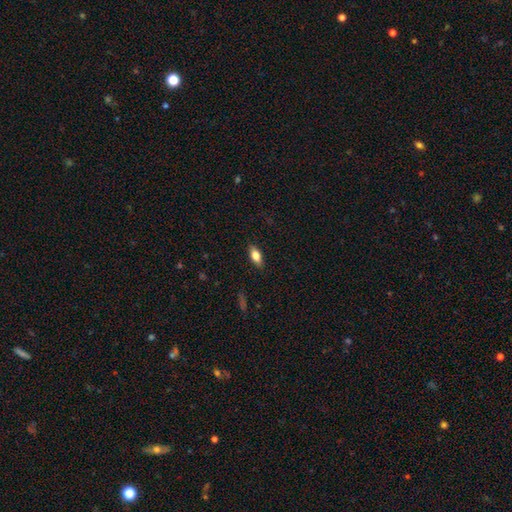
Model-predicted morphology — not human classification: Smooth or featured? Predicted: smooth (p=0.74). How rounded? Predicted: in between (p=0.80). Merging? Predicted: none (p=0.87).